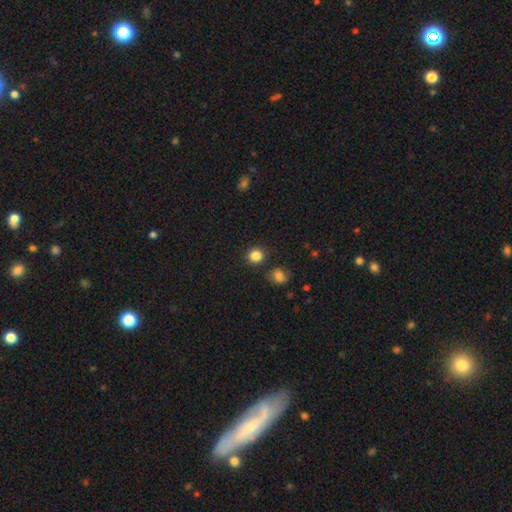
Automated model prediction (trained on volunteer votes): Overall: smooth (85%). How rounded: round (87%). Merging: none (87%).